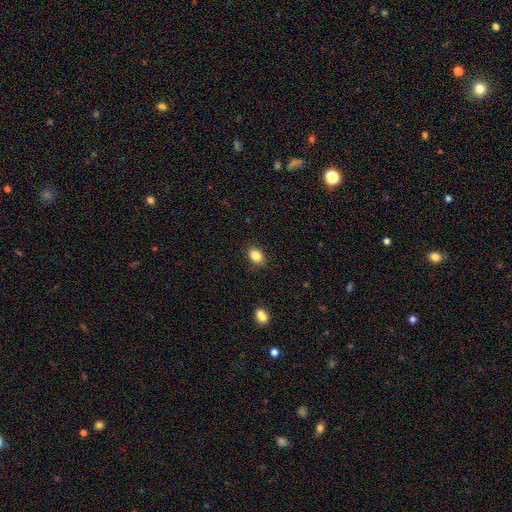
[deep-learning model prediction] Overall: smooth (85%). How rounded: in between (75%). Merging: none (87%).